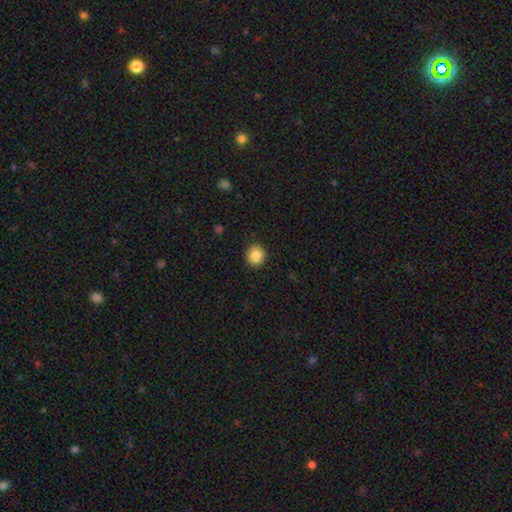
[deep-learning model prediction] The model was most divided on "how rounded": round: 86%, in between: 14%, cigar-shaped: 1%. More confident: merging — none (91%); smooth or featured — smooth (85%).